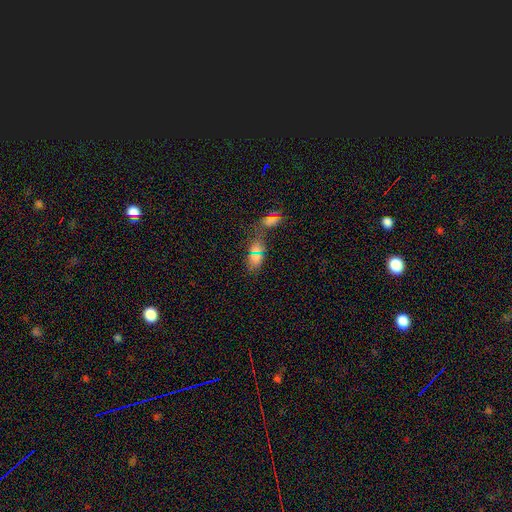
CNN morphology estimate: smooth_or_featured: smooth (p=0.64) [alt: star or artifact p=0.26]
how_rounded: in between (p=0.88) [alt: round p=0.07]
merging: none (p=0.60) [alt: merger p=0.17]